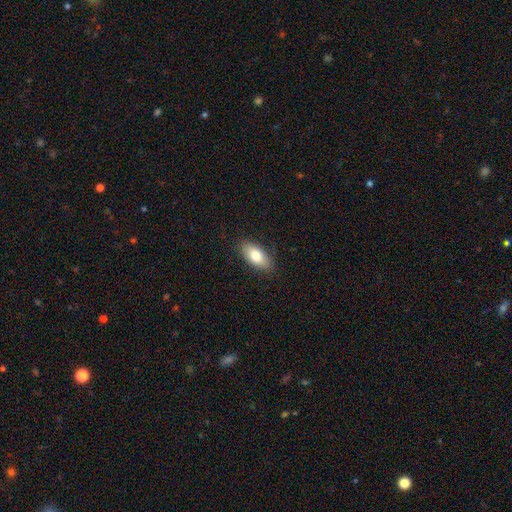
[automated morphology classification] A smooth galaxy with no disk features (78%) that is in between round and cigar-shaped (90%).

Vote fractions:
- Smooth or featured? smooth: 78% / featured or disk: 15% / star or artifact: 7%
- How rounded? in between: 90% / cigar-shaped: 7% / round: 3%
- Merging? none: 86% / minor disturbance: 11% / major disturbance: 2% / merger: 1%